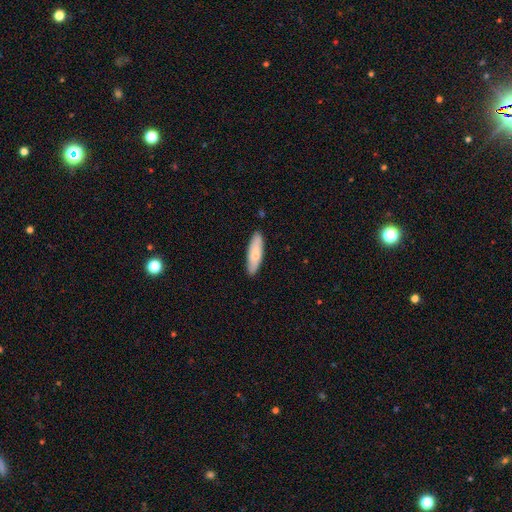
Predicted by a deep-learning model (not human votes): Smooth or featured? Predicted: smooth (p=0.69). How rounded? Predicted: cigar-shaped (p=0.56). Merging? Predicted: none (p=0.88).